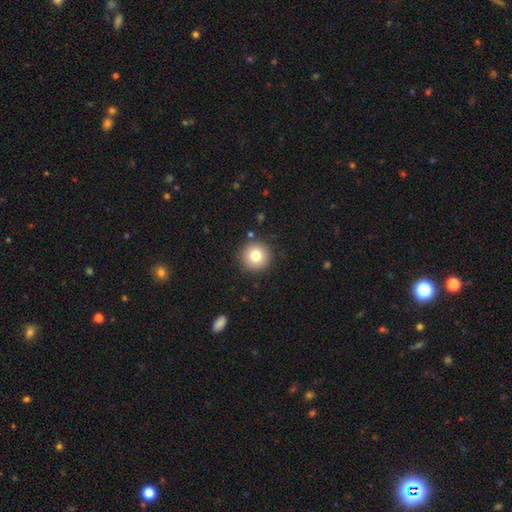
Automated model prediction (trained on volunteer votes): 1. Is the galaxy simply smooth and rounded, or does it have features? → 78% smooth, 11% featured or disk, 11% star or artifact.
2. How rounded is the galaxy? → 96% round, 3% in between, 1% cigar-shaped.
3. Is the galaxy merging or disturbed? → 90% none, 6% minor disturbance, 2% merger, 2% major disturbance.